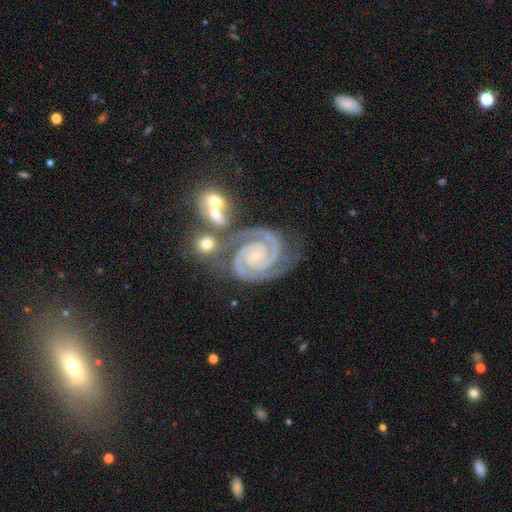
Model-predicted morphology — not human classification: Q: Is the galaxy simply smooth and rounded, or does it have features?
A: featured or disk — 94%.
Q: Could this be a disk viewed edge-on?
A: no — 98%.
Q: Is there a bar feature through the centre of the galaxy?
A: no — 69%.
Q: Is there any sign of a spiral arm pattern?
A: yes — 99%.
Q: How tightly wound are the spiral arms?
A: tight — 82%.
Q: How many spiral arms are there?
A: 2 — 86%.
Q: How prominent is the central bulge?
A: small — 80%.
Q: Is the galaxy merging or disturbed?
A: none — 69%.